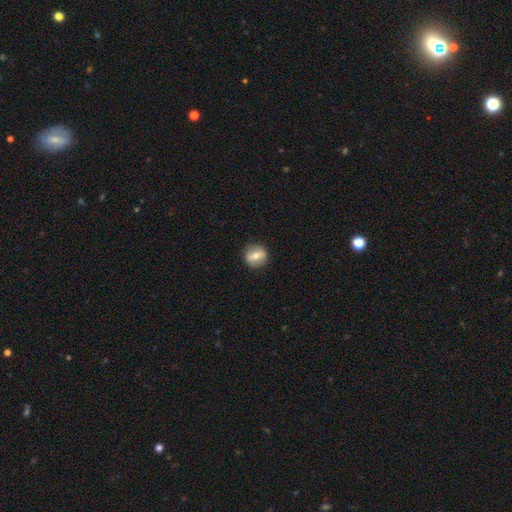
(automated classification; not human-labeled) This is possibly a smooth galaxy (50%). How rounded: clearly round (82%). Merging: clearly none (88%).